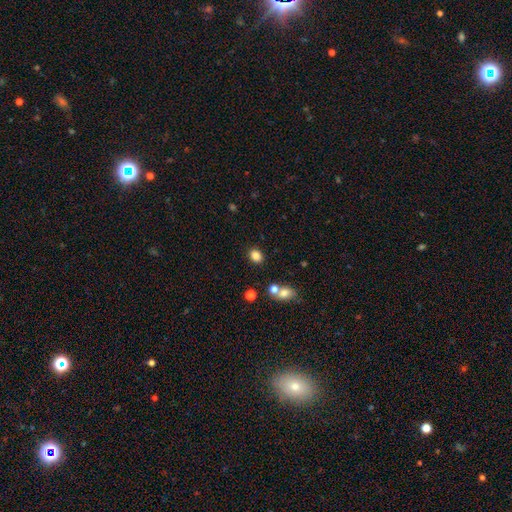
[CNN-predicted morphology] Smooth or featured? smooth (84%)
How rounded? in between (52%)
Merging? none (82%)